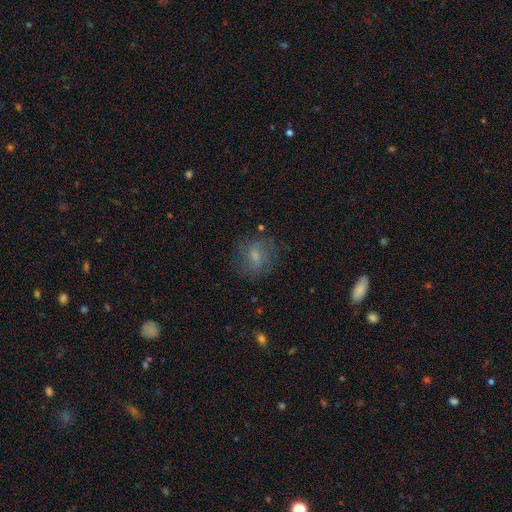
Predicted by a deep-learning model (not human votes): Overall: smooth (59%; featured or disk 29%). How rounded: round (56%; in between 42%). Merging: none (72%).